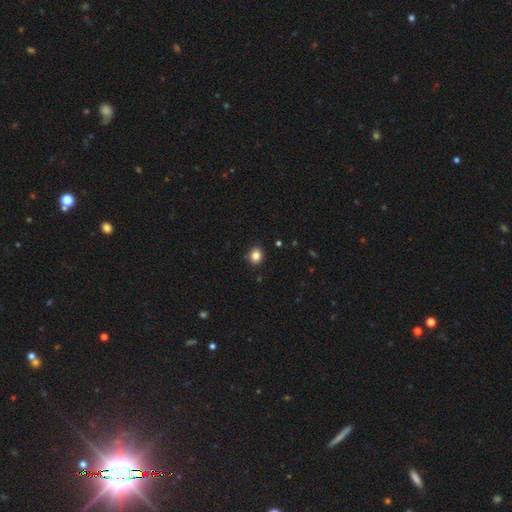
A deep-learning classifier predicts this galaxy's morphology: Q: Smooth or featured?
A: smooth (84%); runner-up: star or artifact (11%)
Q: How rounded?
A: round (64%); runner-up: in between (35%)
Q: Merging?
A: none (90%); runner-up: minor disturbance (8%)